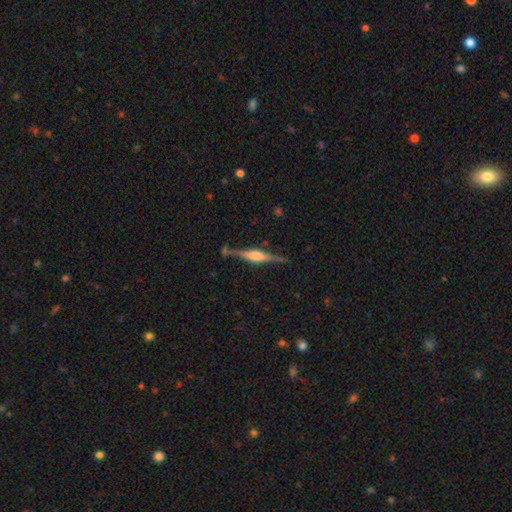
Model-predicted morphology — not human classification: smooth-or-featured: featured or disk: 78% | smooth: 16% | star or artifact: 6%
  disk-edge-on: yes: 97% | no: 3%
    edge-on-bulge: rounded: 68% | boxy: 27% | none: 5%
  merging: none: 82% | minor disturbance: 12% | merger: 3% | major disturbance: 3%